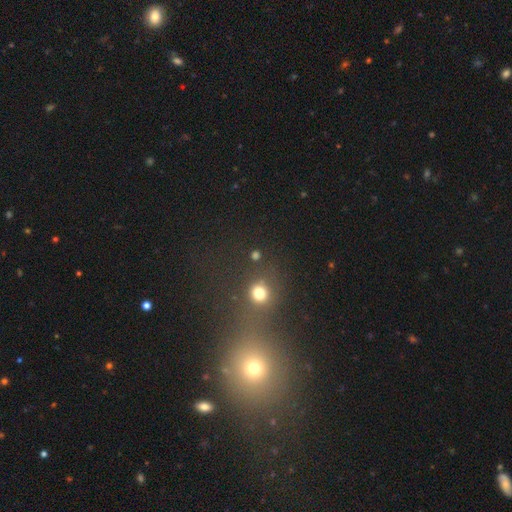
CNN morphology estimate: smooth 59%, star or artifact 32%, featured or disk 8%. Down the decision tree: how rounded — round (86%); merging — none (72%).